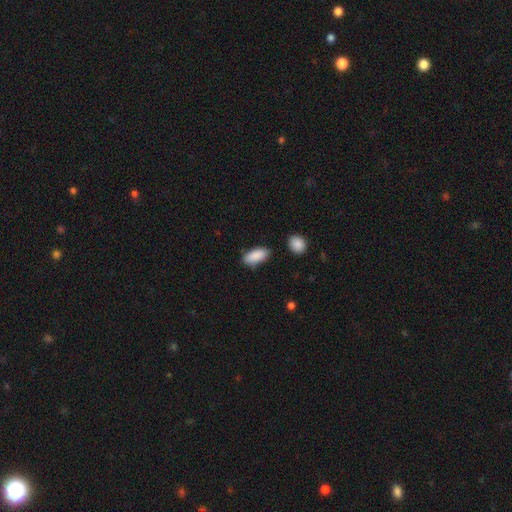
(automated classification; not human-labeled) This is clearly a smooth galaxy (89%). How rounded: clearly in between (88%). Merging: clearly none (80%).